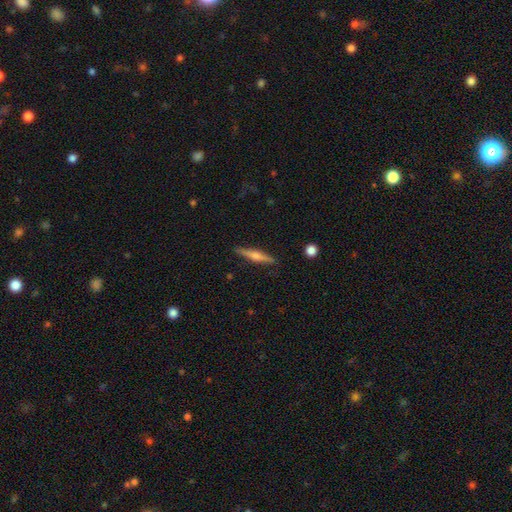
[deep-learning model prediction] Smooth or featured? Predicted: featured or disk (p=0.64). Edge-on disk? Predicted: yes (p=0.97). Edge-on bulge? Predicted: rounded (p=0.82). Merging? Predicted: none (p=0.90).